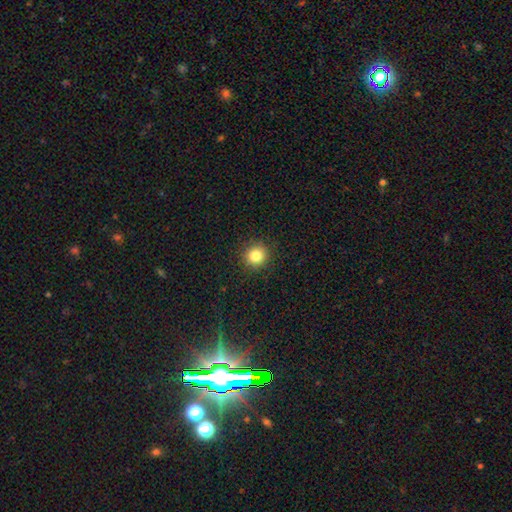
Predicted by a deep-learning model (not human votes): Smooth or featured?
  - smooth: 83% *
  - star or artifact: 12%
  - featured or disk: 6%
How rounded?
  - round: 93% *
  - in between: 6%
  - cigar-shaped: 1%
Merging?
  - none: 91% *
  - minor disturbance: 6%
  - major disturbance: 2%
  - merger: 1%